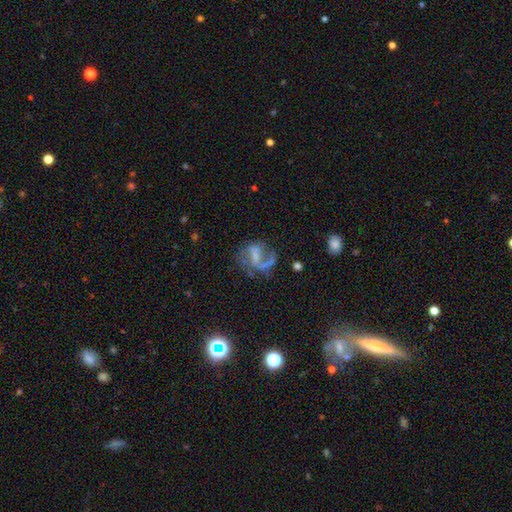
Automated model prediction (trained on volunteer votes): This appears to be a featured or disk galaxy (67%) with a weak bar (41%), spiral arms (71%) and no central bulge (41%). Merging: none (40%).